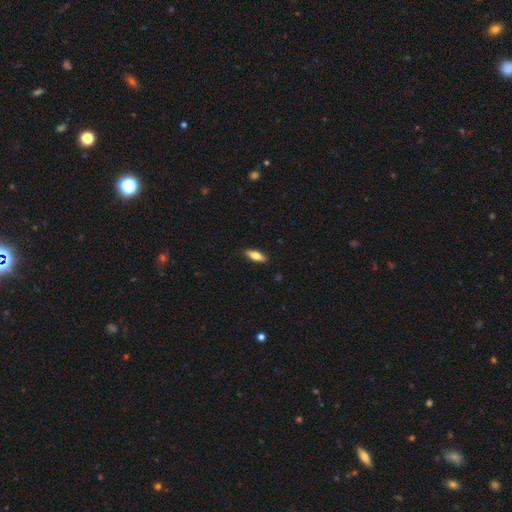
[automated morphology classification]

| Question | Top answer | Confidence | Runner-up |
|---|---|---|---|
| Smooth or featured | smooth | 68% | featured or disk (25%) |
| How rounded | in between | 60% | cigar-shaped (38%) |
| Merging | none | 89% | minor disturbance (9%) |